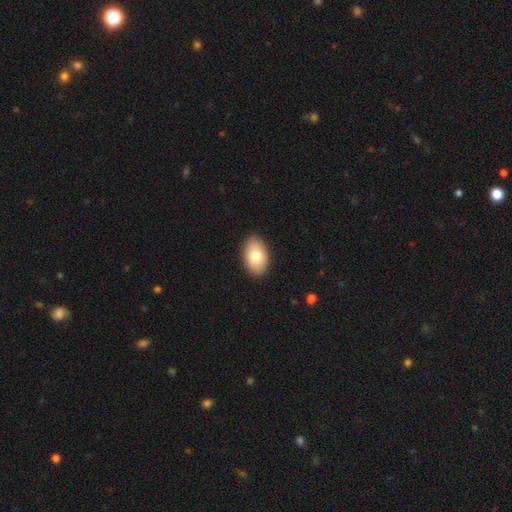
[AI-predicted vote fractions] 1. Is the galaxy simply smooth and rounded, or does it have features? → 78% smooth, 15% featured or disk, 7% star or artifact.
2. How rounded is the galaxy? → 91% in between, 8% round, 1% cigar-shaped.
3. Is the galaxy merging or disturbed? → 89% none, 8% minor disturbance, 2% major disturbance, 1% merger.